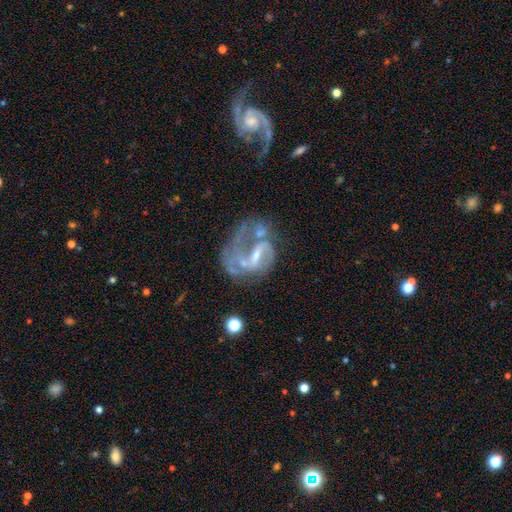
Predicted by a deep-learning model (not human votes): The model was most divided on "spiral winding": loose: 42%, medium: 40%, tight: 19%. Remaining: edge-on disk — no (97%); smooth or featured — featured or disk (78%); spiral arms — yes (74%); spiral arm count — 2 (49%); bulge size — small (48%); bar — weak (46%); merging — major disturbance (36%).